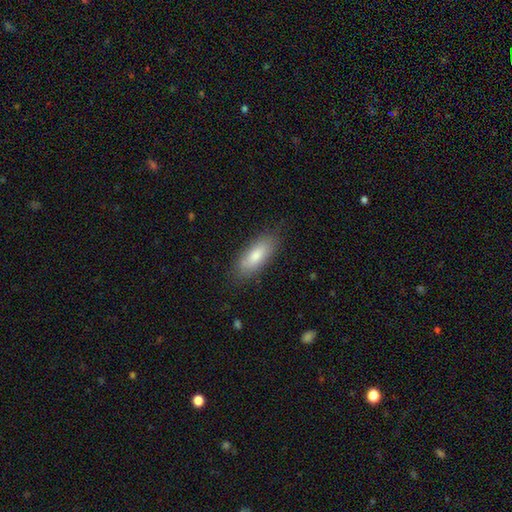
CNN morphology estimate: The model was most divided on "how rounded": in between: 73%, cigar-shaped: 25%, round: 2%. More confident: merging — none (80%); smooth or featured — smooth (79%).